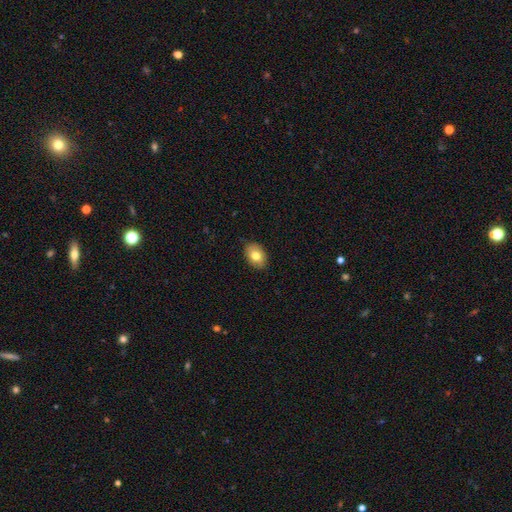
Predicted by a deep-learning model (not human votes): Smooth or featured?
  - smooth: 78% *
  - featured or disk: 15%
  - star or artifact: 8%
How rounded?
  - in between: 78% *
  - round: 21%
  - cigar-shaped: 1%
Merging?
  - none: 87% *
  - minor disturbance: 10%
  - major disturbance: 2%
  - merger: 1%